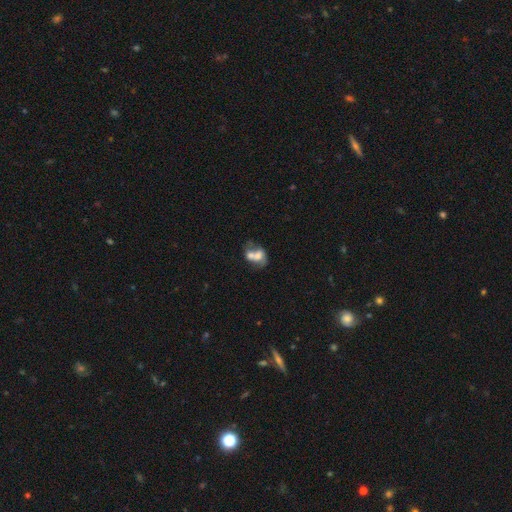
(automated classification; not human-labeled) Smooth or featured: smooth — 50% (featured or disk — 40%)
How rounded: in between — 69% (round — 29%)
Merging: merger — 67% (none — 16%)